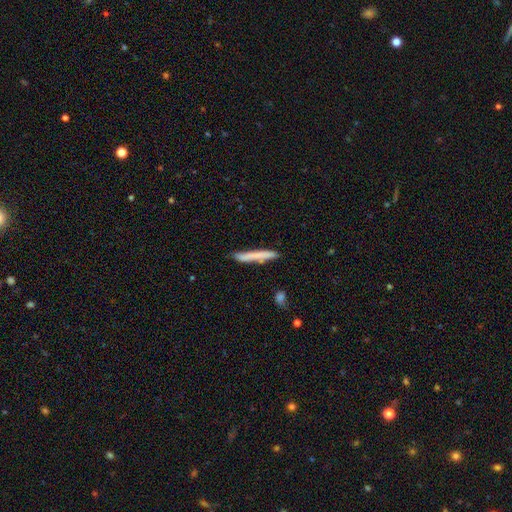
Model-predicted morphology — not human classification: smooth_or_featured: smooth (p=0.69) [alt: featured or disk p=0.25]
how_rounded: cigar-shaped (p=0.96) [alt: in between p=0.03]
merging: none (p=0.81) [alt: minor disturbance p=0.14]